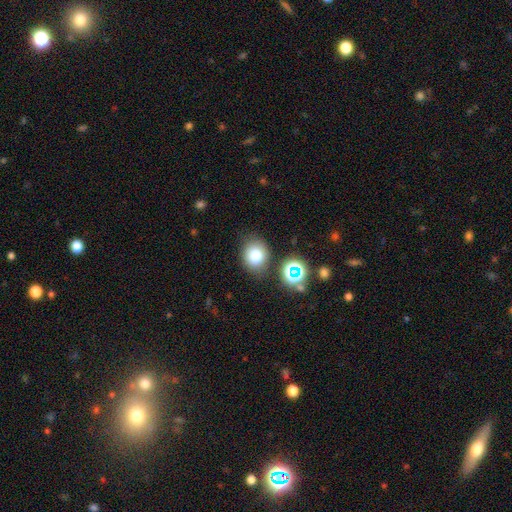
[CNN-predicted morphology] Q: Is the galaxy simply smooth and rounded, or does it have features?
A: smooth — 76%.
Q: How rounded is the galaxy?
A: round — 57%.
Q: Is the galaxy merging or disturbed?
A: none — 78%.